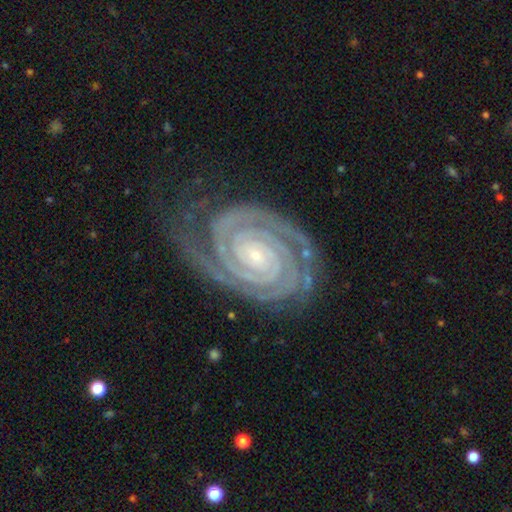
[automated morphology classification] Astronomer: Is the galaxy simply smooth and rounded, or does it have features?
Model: featured or disk — 94%.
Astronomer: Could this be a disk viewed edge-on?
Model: no — 98%.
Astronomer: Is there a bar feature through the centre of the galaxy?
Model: no — 66%.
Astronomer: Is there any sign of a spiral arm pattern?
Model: yes — 99%.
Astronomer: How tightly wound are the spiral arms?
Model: tight — 89%.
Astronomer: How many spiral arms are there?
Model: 2 — 69%.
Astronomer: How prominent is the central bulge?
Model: small — 84%.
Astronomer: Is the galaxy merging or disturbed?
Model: none — 77%.